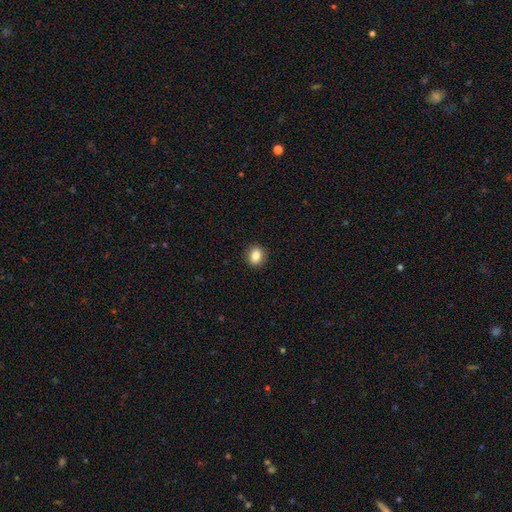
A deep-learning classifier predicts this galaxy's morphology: This is clearly a smooth galaxy (85%). How rounded: possibly round (58%). Merging: clearly none (90%).